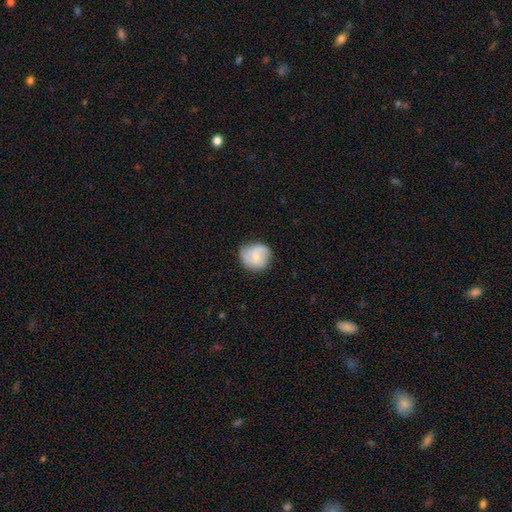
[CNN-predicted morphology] A smooth galaxy with no disk features (55%) that is round (81%).

Vote fractions:
- Smooth or featured? smooth: 55% / featured or disk: 38% / star or artifact: 7%
- How rounded? round: 81% / in between: 18% / cigar-shaped: 1%
- Merging? none: 68% / minor disturbance: 24% / major disturbance: 6% / merger: 1%